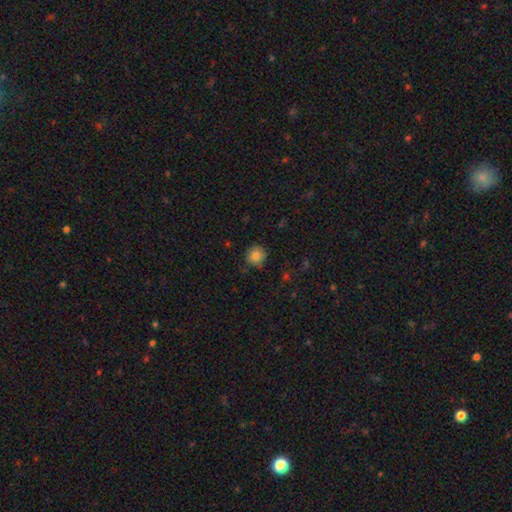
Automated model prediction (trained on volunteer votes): The model was most divided on "merging": none: 84%, minor disturbance: 12%, major disturbance: 3%, merger: 1%. More confident: how rounded — round (91%); smooth or featured — smooth (84%).